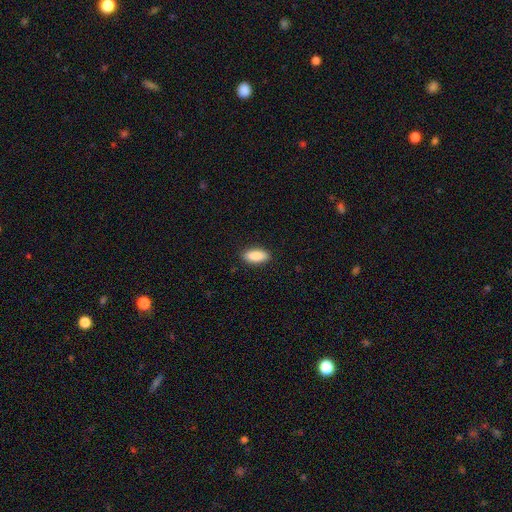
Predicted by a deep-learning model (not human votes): smooth_or_featured: smooth (p=0.90) [alt: star or artifact p=0.06]
how_rounded: in between (p=0.88) [alt: cigar-shaped p=0.09]
merging: none (p=0.89) [alt: minor disturbance p=0.08]